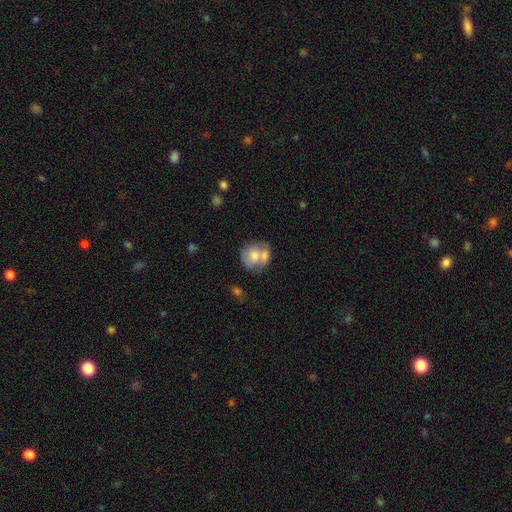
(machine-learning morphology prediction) Overall: smooth (68%). How rounded: round (75%). Merging: merger (50%; none 32%).